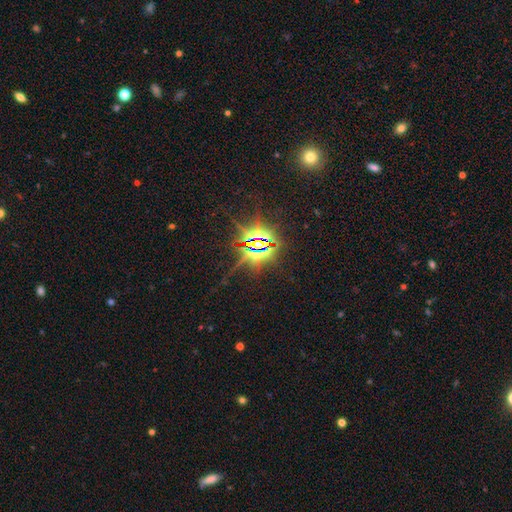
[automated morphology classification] Overall: star or artifact (84%).